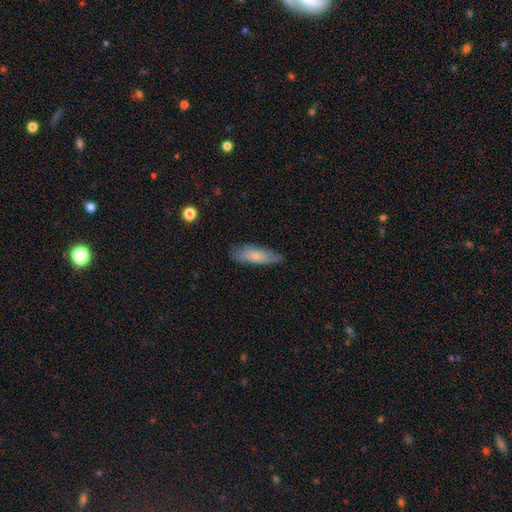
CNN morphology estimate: Overall: smooth (72%). How rounded: in between (58%; cigar-shaped 40%). Merging: none (71%).